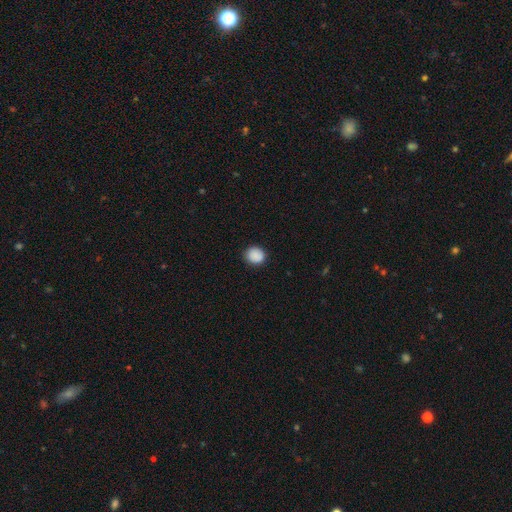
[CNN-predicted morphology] Smooth or featured? Predicted: smooth (p=0.89). How rounded? Predicted: round (p=0.78). Merging? Predicted: none (p=0.86).